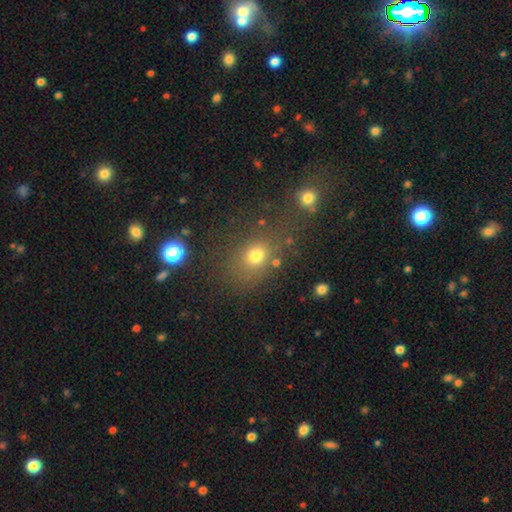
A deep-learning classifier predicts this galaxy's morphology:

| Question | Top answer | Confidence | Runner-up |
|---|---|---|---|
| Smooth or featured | smooth | 71% | star or artifact (19%) |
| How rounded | round | 55% | in between (44%) |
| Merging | none | 69% | minor disturbance (14%) |